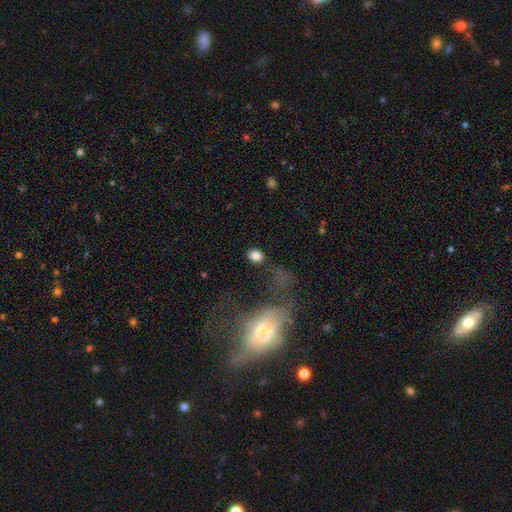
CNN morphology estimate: Q: Smooth or featured?
A: smooth (82%); runner-up: star or artifact (11%)
Q: How rounded?
A: round (61%); runner-up: in between (37%)
Q: Merging?
A: none (72%); runner-up: minor disturbance (13%)